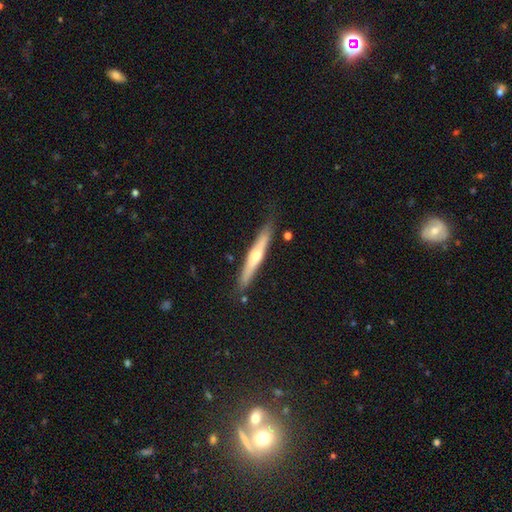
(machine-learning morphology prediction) Smooth or featured? featured or disk (59%)
Edge-on disk? yes (94%)
Edge-on bulge? rounded (82%)
Merging? none (82%)